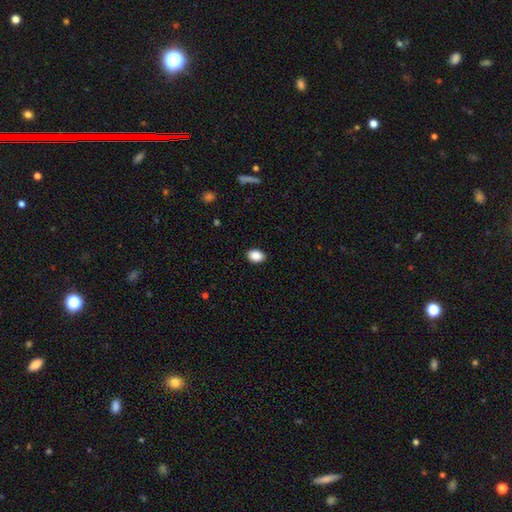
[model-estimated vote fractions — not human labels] This appears to be a smooth galaxy with no disk features (88%) that is in between round and cigar-shaped (77%). Merging: none (90%).